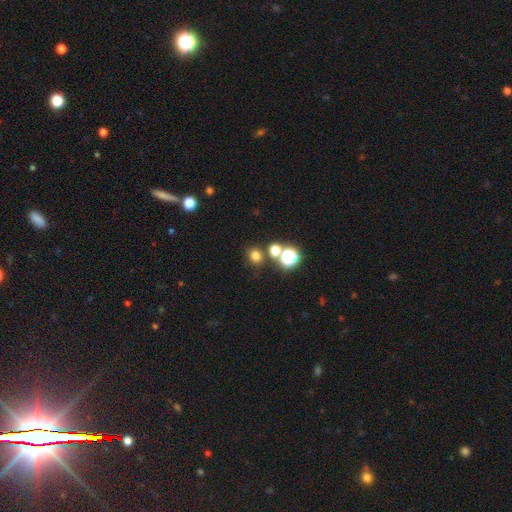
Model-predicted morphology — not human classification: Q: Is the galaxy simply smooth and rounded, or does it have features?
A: smooth — 72%.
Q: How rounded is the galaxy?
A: round — 80%.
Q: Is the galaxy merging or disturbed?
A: none — 73%.